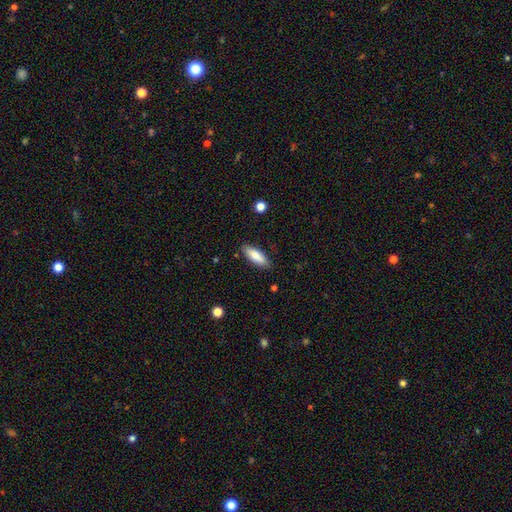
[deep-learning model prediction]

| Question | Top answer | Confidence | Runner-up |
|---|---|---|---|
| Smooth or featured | smooth | 81% | featured or disk (12%) |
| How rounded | in between | 61% | cigar-shaped (37%) |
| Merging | none | 86% | minor disturbance (10%) |